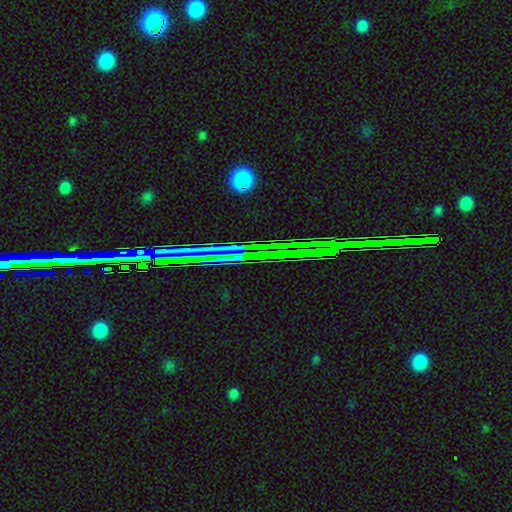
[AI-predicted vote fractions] The model was most divided on "smooth or featured": star or artifact: 78%, featured or disk: 13%, smooth: 9%.